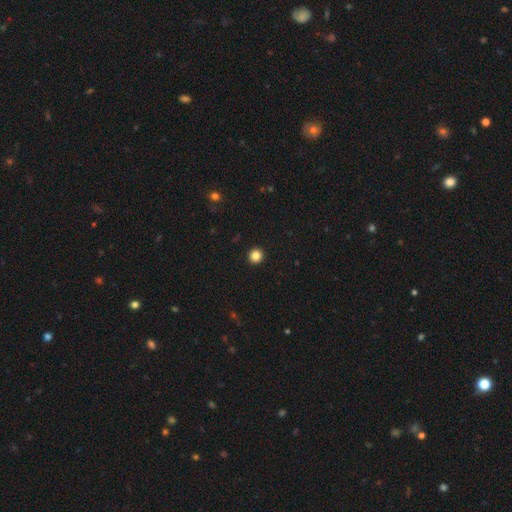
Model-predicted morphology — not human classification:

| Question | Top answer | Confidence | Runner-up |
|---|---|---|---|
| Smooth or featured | smooth | 85% | star or artifact (11%) |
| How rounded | round | 95% | in between (4%) |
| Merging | none | 94% | minor disturbance (3%) |